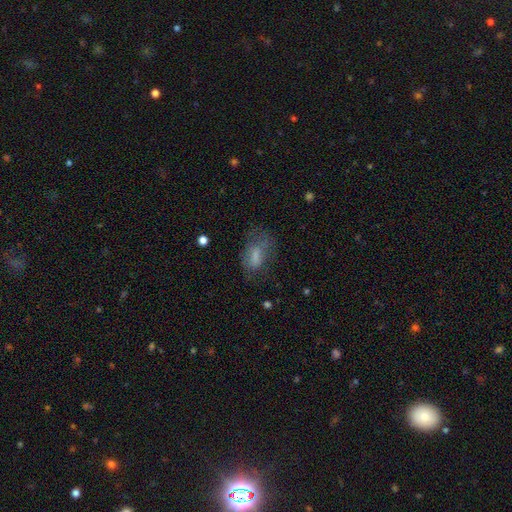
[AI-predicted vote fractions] Q: Smooth or featured?
A: smooth (65%); runner-up: featured or disk (24%)
Q: How rounded?
A: in between (83%); runner-up: cigar-shaped (9%)
Q: Merging?
A: none (46%); runner-up: major disturbance (26%)